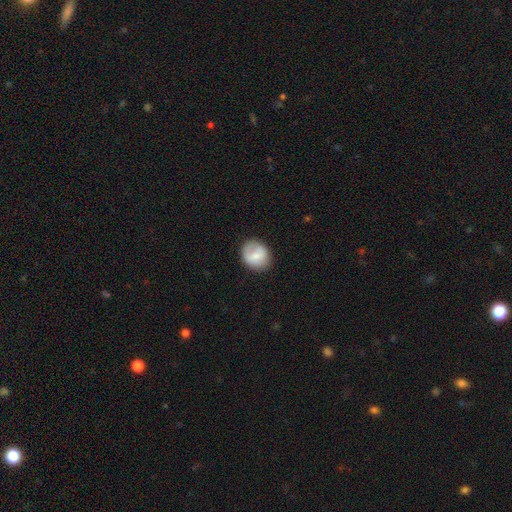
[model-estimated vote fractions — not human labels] smooth-or-featured: smooth: 74% | featured or disk: 19% | star or artifact: 7%
  how-rounded: round: 69% | in between: 30% | cigar-shaped: 1%
  merging: none: 75% | minor disturbance: 18% | major disturbance: 6% | merger: 1%